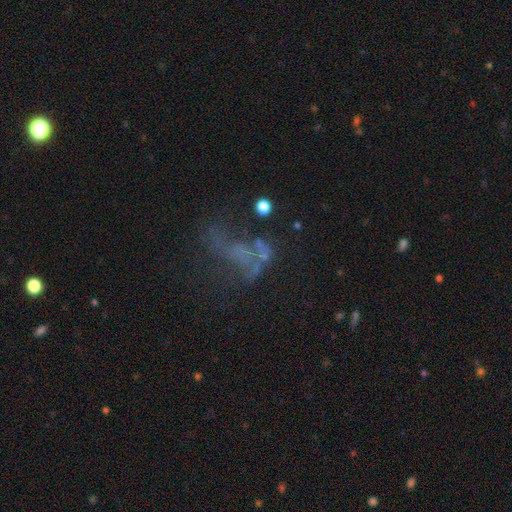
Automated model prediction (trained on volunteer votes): This appears to be a featured or disk galaxy (52%). Merging: major disturbance (39%).